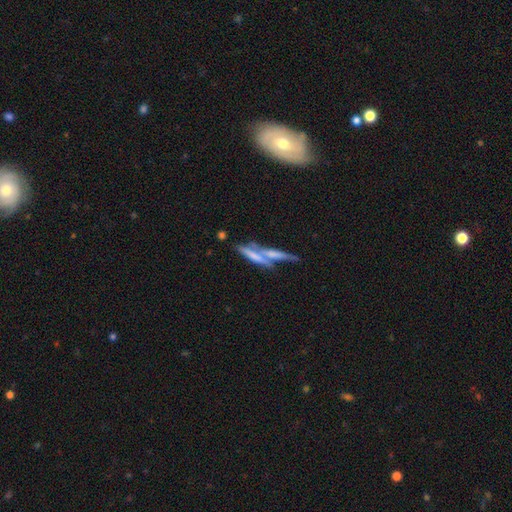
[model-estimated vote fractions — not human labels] Q: Smooth or featured?
A: smooth (47%); runner-up: featured or disk (45%)
Q: Merging?
A: merger (54%); runner-up: none (33%)